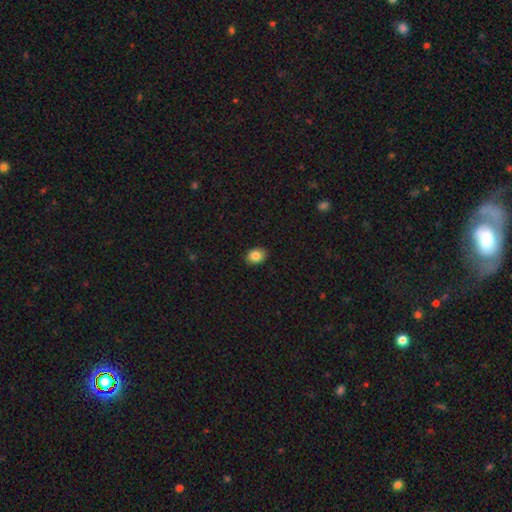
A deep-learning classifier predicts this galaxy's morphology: Smooth or featured: smooth — 86% (star or artifact — 9%)
How rounded: in between — 66% (round — 33%)
Merging: none — 90% (minor disturbance — 7%)